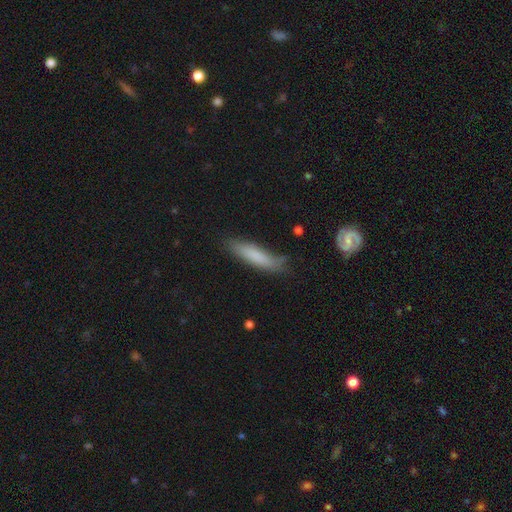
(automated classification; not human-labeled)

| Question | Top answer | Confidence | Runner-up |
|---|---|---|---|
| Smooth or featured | smooth | 73% | featured or disk (20%) |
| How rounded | cigar-shaped | 77% | in between (21%) |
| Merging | none | 69% | minor disturbance (23%) |